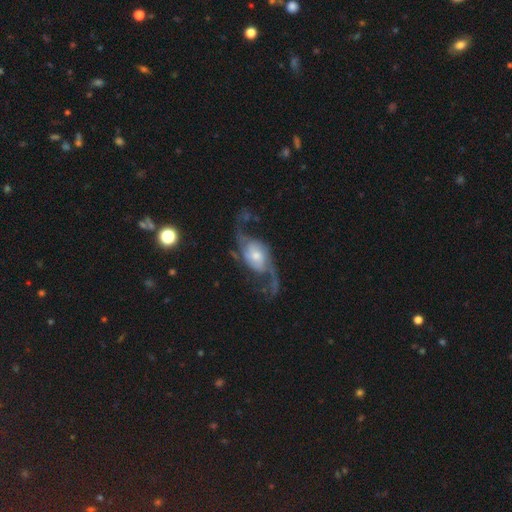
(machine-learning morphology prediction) smooth-or-featured: featured or disk: 84% | smooth: 11% | star or artifact: 5%
  disk-edge-on: no: 95% | yes: 5%
    bar: no: 55% | weak: 33% | strong: 12%
    has-spiral-arms: yes: 94% | no: 6%
      spiral-winding: loose: 75% | medium: 20% | tight: 5%
      spiral-arm-count: 2: 92% | can't tell: 3% | 1: 2% | 3: 1% | 4: 1% | more than 4: 1%
    bulge-size: moderate: 42% | small: 39% | large: 13% | none: 3% | dominant: 3%
  merging: none: 55% | major disturbance: 25% | minor disturbance: 17% | merger: 3%